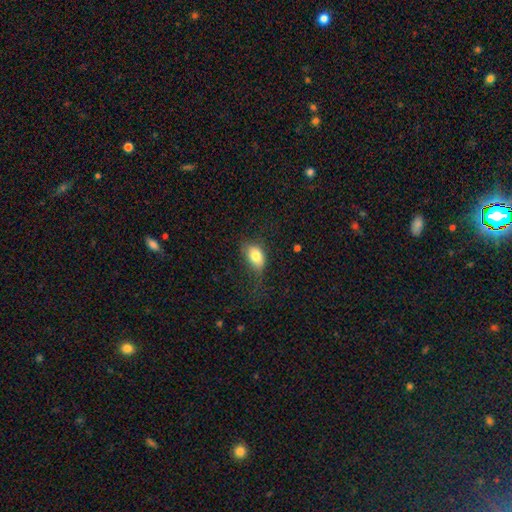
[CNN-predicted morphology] smooth_or_featured: smooth (p=0.80) [alt: featured or disk p=0.12]
how_rounded: in between (p=0.86) [alt: round p=0.12]
merging: none (p=0.50) [alt: minor disturbance p=0.29]